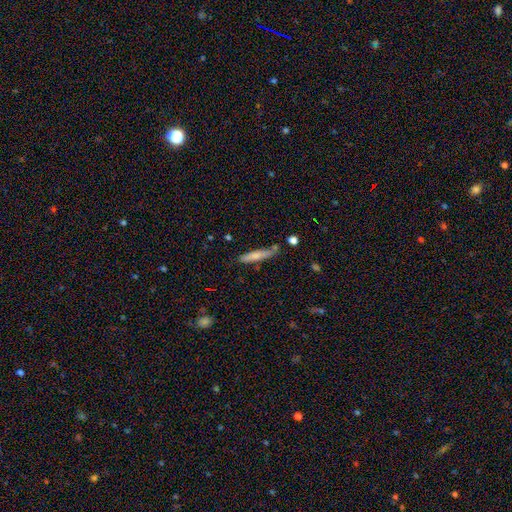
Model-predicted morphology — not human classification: Smooth or featured: smooth — 68% (featured or disk — 26%)
How rounded: cigar-shaped — 89% (in between — 10%)
Merging: none — 73% (minor disturbance — 17%)